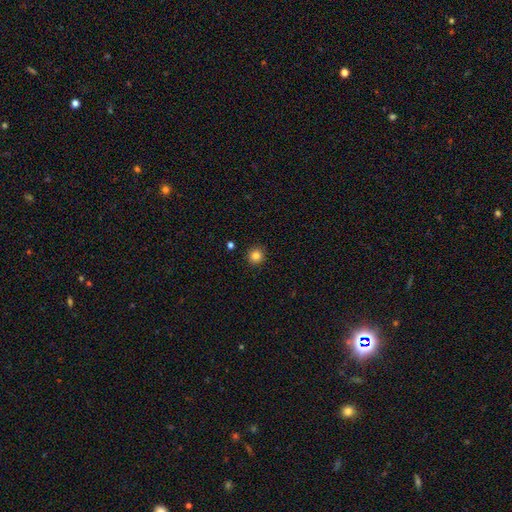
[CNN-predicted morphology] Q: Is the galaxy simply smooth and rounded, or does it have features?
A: smooth — 83%.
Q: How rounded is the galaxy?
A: round — 93%.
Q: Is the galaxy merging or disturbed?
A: none — 91%.